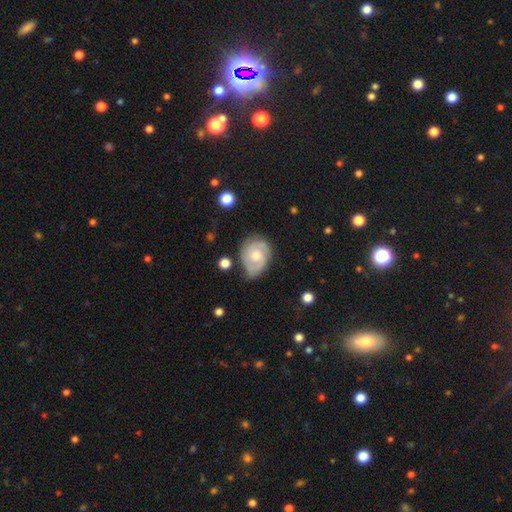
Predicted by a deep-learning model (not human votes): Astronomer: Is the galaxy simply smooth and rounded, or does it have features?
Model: featured or disk — 70%.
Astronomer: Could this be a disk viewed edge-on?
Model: no — 97%.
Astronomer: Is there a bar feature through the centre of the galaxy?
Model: no — 66%.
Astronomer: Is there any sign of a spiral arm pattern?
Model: yes — 90%.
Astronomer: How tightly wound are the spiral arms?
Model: tight — 49% (runner-up: medium, 40%).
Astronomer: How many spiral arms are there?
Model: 2 — 67%.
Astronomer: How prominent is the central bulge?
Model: moderate — 51% (runner-up: small, 42%).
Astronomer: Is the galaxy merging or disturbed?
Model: none — 60%.